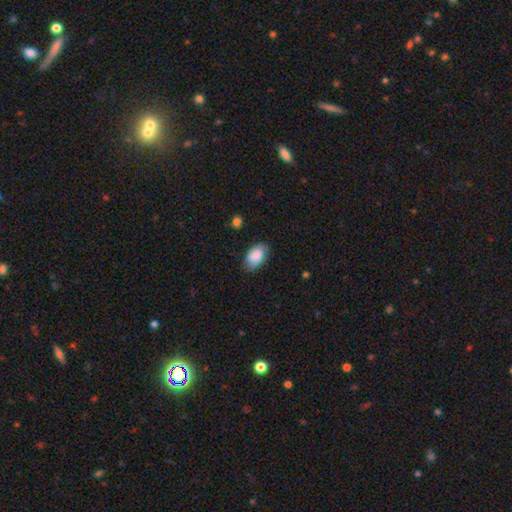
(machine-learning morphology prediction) Smooth or featured: smooth — 76% (featured or disk — 17%)
How rounded: in between — 92% (round — 6%)
Merging: none — 75% (minor disturbance — 19%)